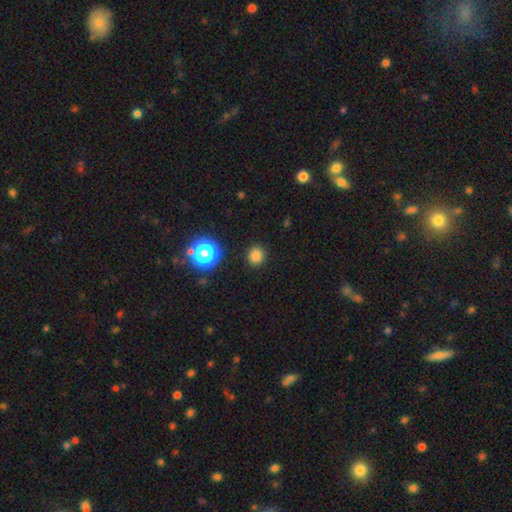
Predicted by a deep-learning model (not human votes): Smooth or featured? smooth (79%)
How rounded? round (90%)
Merging? none (90%)